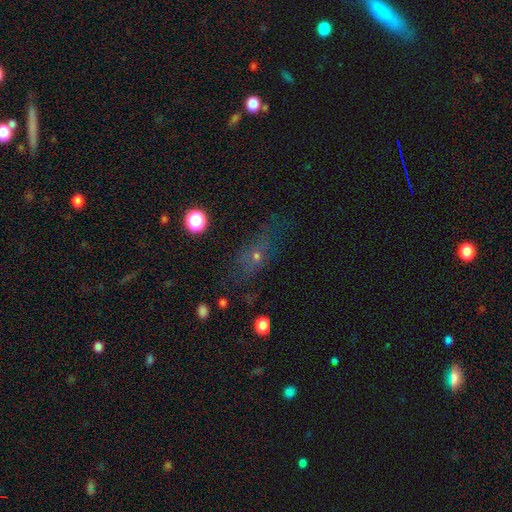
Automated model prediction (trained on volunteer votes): Q: Smooth or featured?
A: smooth (41%); runner-up: featured or disk (33%)
Q: Merging?
A: none (65%); runner-up: minor disturbance (19%)